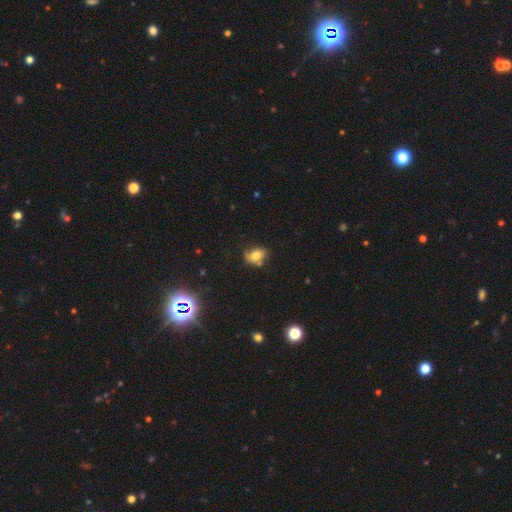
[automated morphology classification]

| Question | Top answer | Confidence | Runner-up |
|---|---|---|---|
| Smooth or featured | smooth | 69% | featured or disk (18%) |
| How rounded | in between | 69% | round (29%) |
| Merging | none | 56% | minor disturbance (26%) |